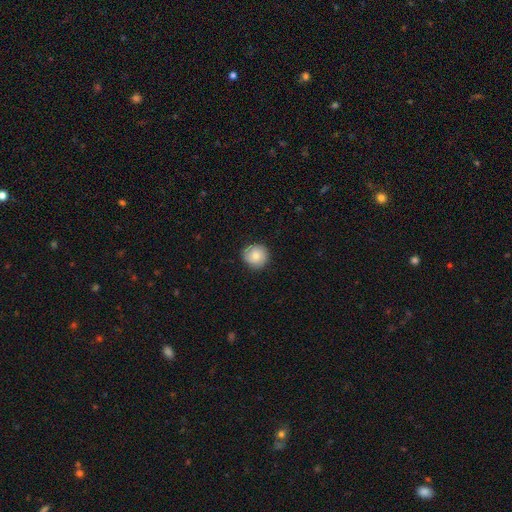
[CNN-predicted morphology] Smooth or featured: smooth — 73% (featured or disk — 20%)
How rounded: round — 90% (in between — 9%)
Merging: none — 85% (minor disturbance — 12%)